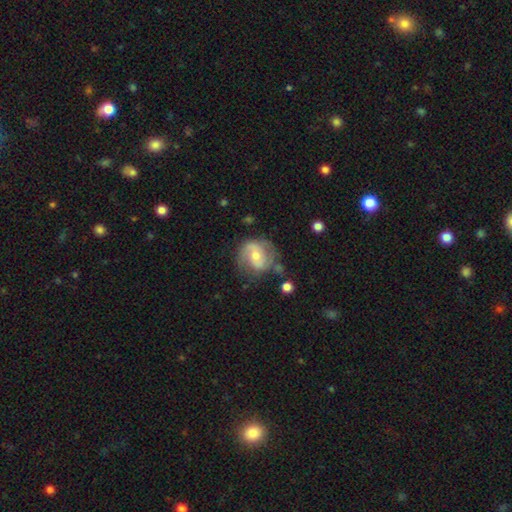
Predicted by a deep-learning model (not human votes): Overall: featured or disk (65%; smooth 28%). Edge-on disk: no (97%). Bar: no (43%; weak 40%). Spiral arms: yes (81%). Spiral arm count: 2 (72%). Spiral winding: medium (44%; tight 28%). Bulge size: moderate (53%; small 42%). Merging: none (62%; minor disturbance 23%).